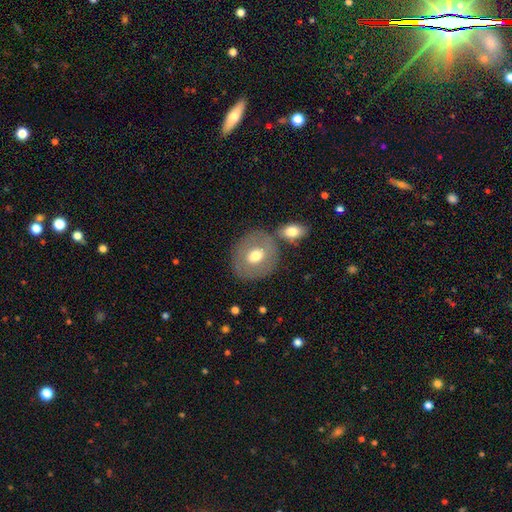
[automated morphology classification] smooth 59%, featured or disk 34%, star or artifact 7%. Down the decision tree: how rounded — round (65%); merging — none (69%).